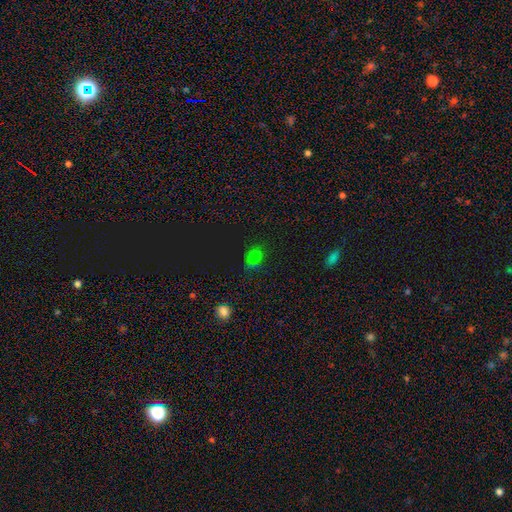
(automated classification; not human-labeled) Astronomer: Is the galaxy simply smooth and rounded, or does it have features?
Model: smooth — 67%.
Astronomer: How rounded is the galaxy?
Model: in between — 56% (runner-up: round, 43%).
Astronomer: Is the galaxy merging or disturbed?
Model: none — 71%.